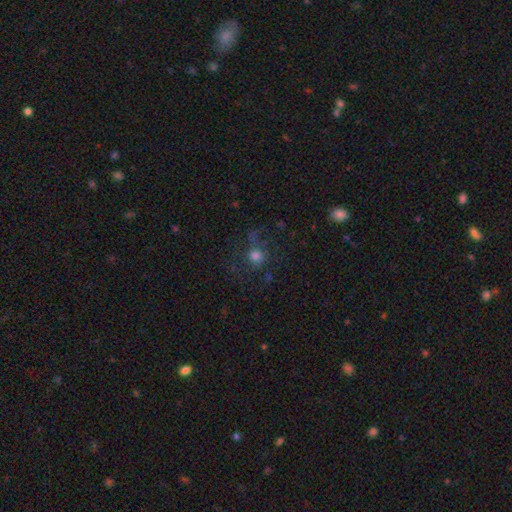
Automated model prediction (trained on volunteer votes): Smooth or featured?
  - smooth: 61% *
  - star or artifact: 21%
  - featured or disk: 19%
How rounded?
  - round: 86% *
  - in between: 13%
  - cigar-shaped: 1%
Merging?
  - none: 58% *
  - major disturbance: 22%
  - minor disturbance: 16%
  - merger: 3%